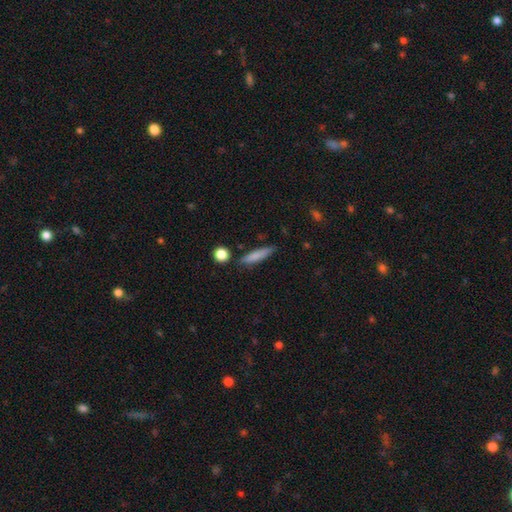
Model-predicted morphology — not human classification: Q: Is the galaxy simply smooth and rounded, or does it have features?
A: smooth — 78%.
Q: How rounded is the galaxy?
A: cigar-shaped — 83%.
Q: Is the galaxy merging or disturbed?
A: none — 79%.